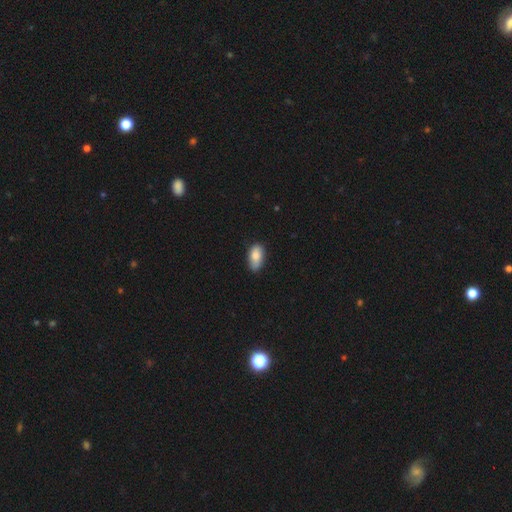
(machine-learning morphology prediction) smooth-or-featured: smooth: 84% | featured or disk: 9% | star or artifact: 7%
  how-rounded: in between: 92% | cigar-shaped: 4% | round: 4%
  merging: none: 76% | minor disturbance: 20% | major disturbance: 3% | merger: 1%